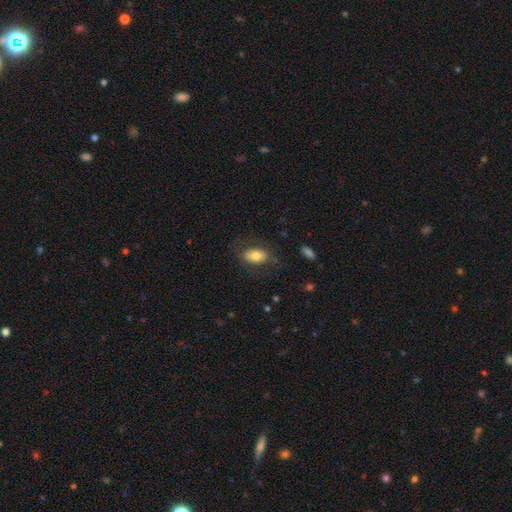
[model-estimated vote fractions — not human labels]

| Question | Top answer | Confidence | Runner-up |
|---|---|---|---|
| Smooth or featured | smooth | 72% | featured or disk (20%) |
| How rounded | in between | 88% | round (10%) |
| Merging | none | 73% | minor disturbance (16%) |